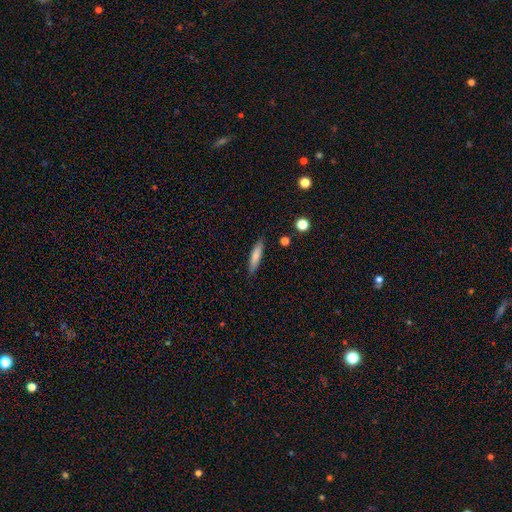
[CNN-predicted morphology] Smooth or featured?
  - smooth: 77% *
  - featured or disk: 16%
  - star or artifact: 7%
How rounded?
  - cigar-shaped: 79% *
  - in between: 20%
  - round: 2%
Merging?
  - none: 87% *
  - minor disturbance: 10%
  - major disturbance: 2%
  - merger: 2%